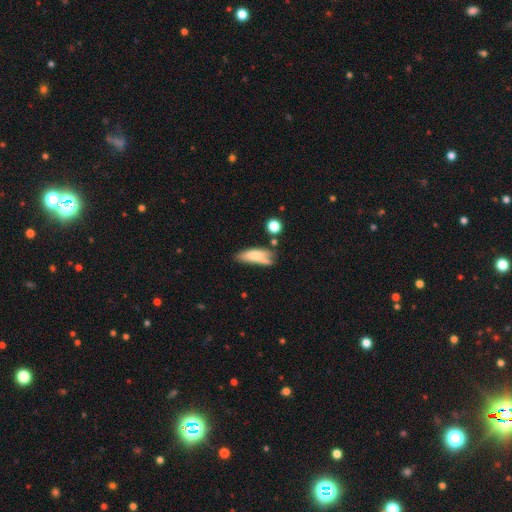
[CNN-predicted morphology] A smooth galaxy with no disk features (68%) that is in between round and cigar-shaped (58%). Merging: none (43%).